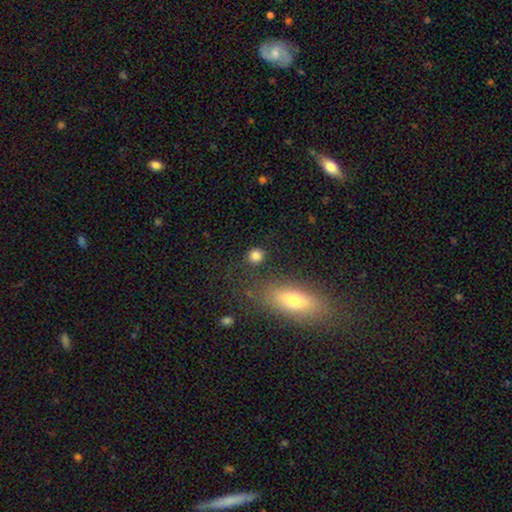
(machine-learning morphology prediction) A smooth galaxy with no disk features (84%) that is round (81%).

Vote fractions:
- Smooth or featured? smooth: 84% / star or artifact: 11% / featured or disk: 5%
- How rounded? round: 81% / in between: 17% / cigar-shaped: 2%
- Merging? none: 83% / minor disturbance: 9% / merger: 5% / major disturbance: 4%